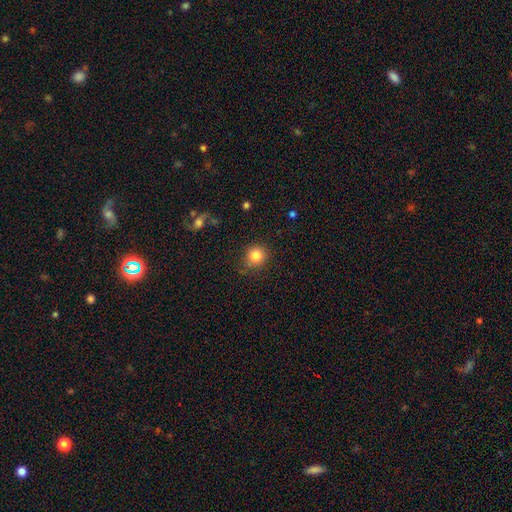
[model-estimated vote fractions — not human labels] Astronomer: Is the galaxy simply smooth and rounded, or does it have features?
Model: smooth — 83%.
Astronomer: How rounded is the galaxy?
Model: round — 89%.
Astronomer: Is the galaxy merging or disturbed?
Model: none — 82%.